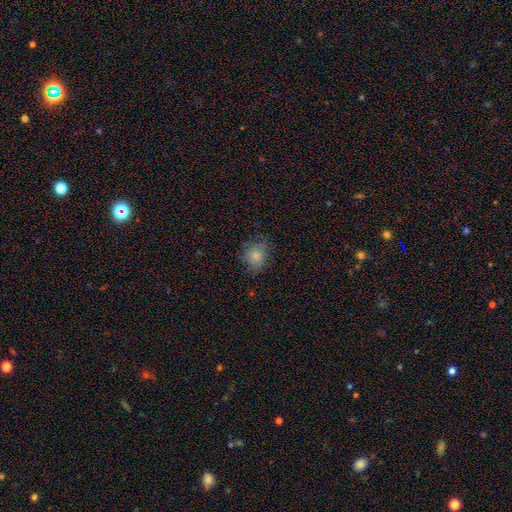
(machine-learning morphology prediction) Smooth or featured?
  - smooth: 64% *
  - featured or disk: 18%
  - star or artifact: 18%
How rounded?
  - round: 70% *
  - in between: 29%
  - cigar-shaped: 1%
Merging?
  - none: 74% *
  - minor disturbance: 19%
  - major disturbance: 6%
  - merger: 1%